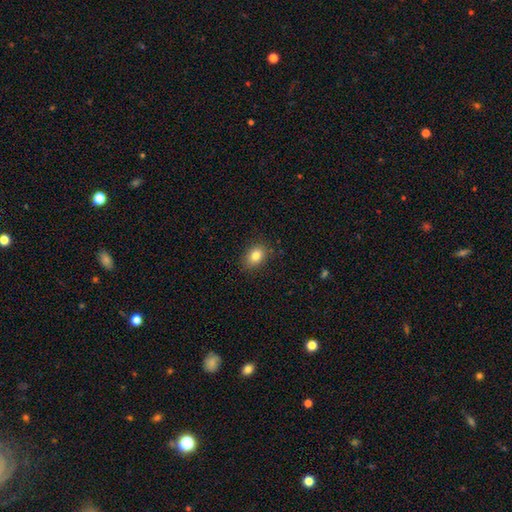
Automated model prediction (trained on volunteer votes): Overall: smooth (83%). How rounded: in between (74%). Merging: none (86%).